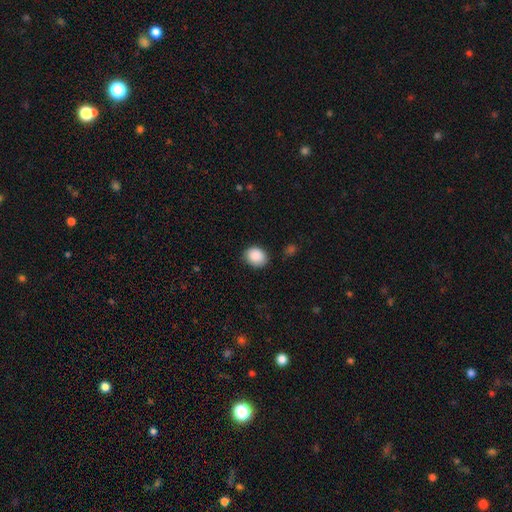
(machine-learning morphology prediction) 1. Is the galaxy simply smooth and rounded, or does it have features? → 89% smooth, 8% star or artifact, 3% featured or disk.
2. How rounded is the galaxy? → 54% round, 45% in between, 1% cigar-shaped.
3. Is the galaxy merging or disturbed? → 80% none, 15% minor disturbance, 3% major disturbance, 2% merger.